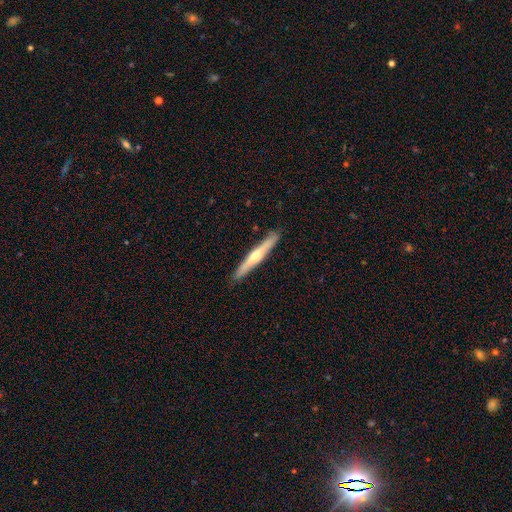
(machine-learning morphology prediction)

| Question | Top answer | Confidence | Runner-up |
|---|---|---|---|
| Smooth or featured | featured or disk | 61% | smooth (34%) |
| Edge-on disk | yes | 95% | no (5%) |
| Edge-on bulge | rounded | 85% | none (13%) |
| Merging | none | 90% | minor disturbance (8%) |